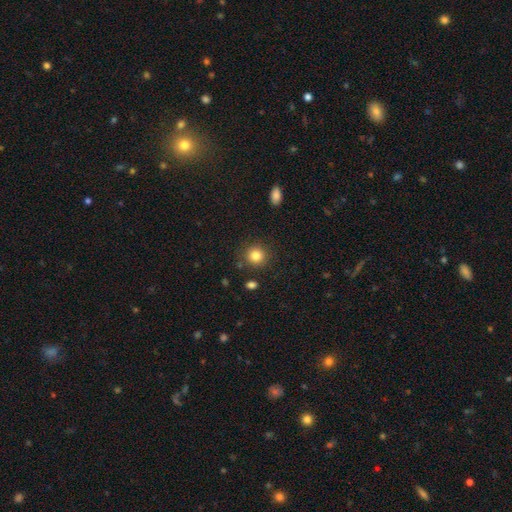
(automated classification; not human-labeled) Morphology: type=smooth (84%); roundness=round (91%); merging=none (87%).